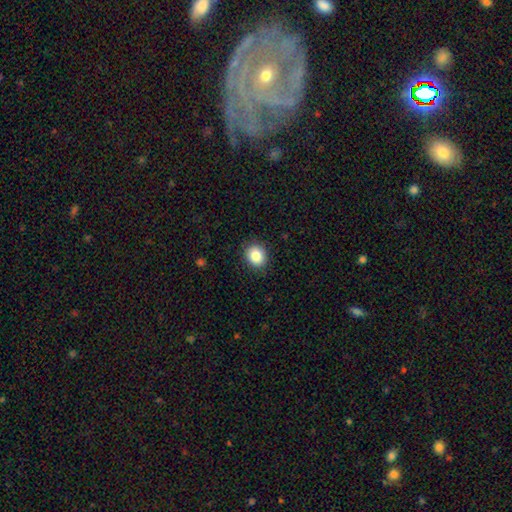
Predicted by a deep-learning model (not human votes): Smooth or featured?
  - smooth: 84% *
  - star or artifact: 9%
  - featured or disk: 6%
How rounded?
  - round: 70% *
  - in between: 30%
  - cigar-shaped: 1%
Merging?
  - none: 90% *
  - minor disturbance: 7%
  - major disturbance: 2%
  - merger: 1%